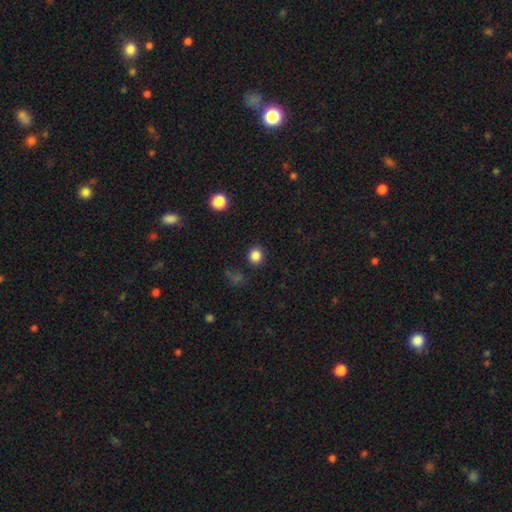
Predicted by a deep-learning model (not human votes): smooth 84%, star or artifact 13%, featured or disk 4%. Down the decision tree: how rounded — round (87%); merging — none (88%).